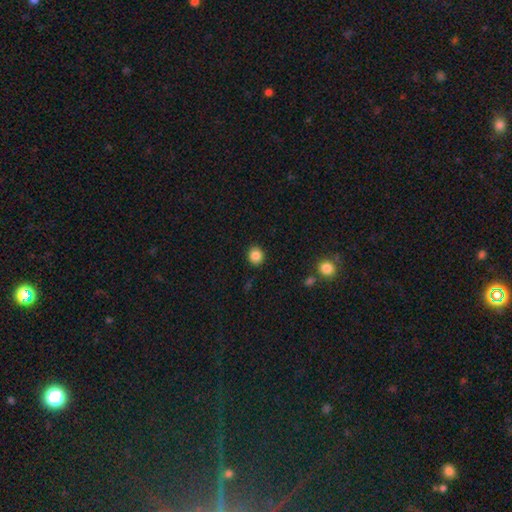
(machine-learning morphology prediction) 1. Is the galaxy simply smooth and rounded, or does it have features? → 86% smooth, 10% star or artifact, 4% featured or disk.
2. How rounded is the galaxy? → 87% round, 12% in between, 1% cigar-shaped.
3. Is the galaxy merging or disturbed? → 91% none, 6% minor disturbance, 2% major disturbance, 1% merger.